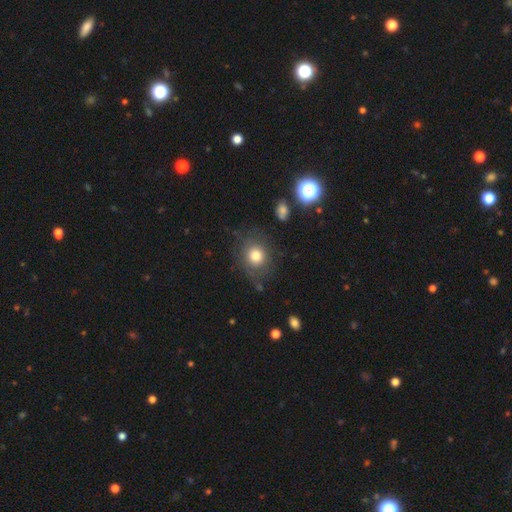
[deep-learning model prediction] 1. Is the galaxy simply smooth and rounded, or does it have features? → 78% smooth, 12% featured or disk, 10% star or artifact.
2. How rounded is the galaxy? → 74% round, 25% in between, 1% cigar-shaped.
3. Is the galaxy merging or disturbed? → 74% none, 16% minor disturbance, 8% major disturbance, 2% merger.